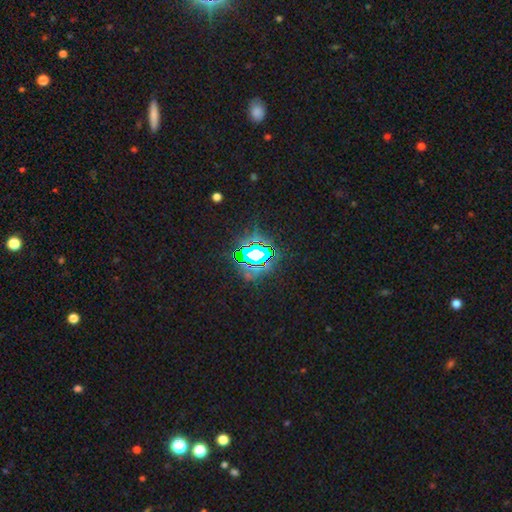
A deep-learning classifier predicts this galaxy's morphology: Smooth or featured?
  - star or artifact: 75% *
  - smooth: 13%
  - featured or disk: 11%